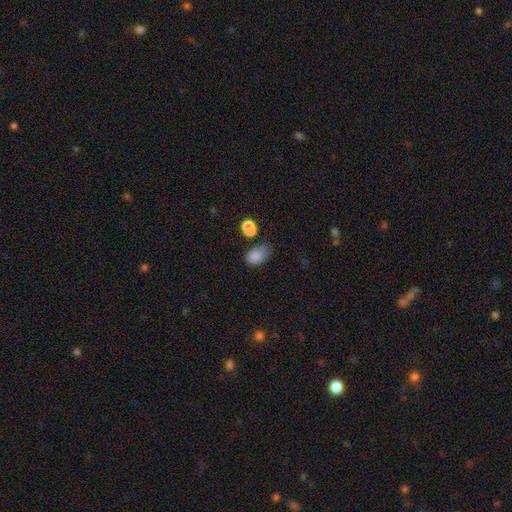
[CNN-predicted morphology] This appears to be a smooth galaxy with no disk features (81%) that is in between round and cigar-shaped (81%). Merging: none (45%).